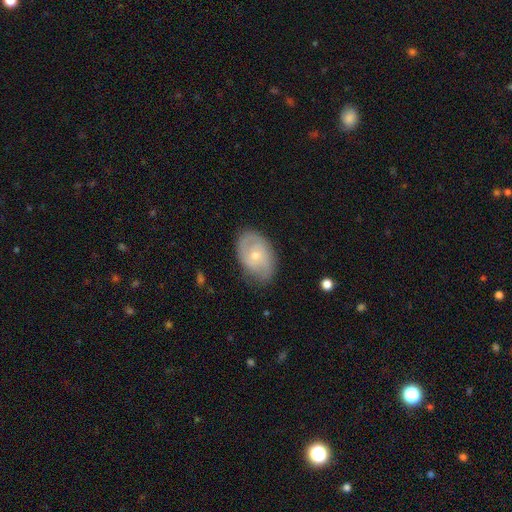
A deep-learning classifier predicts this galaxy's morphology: Smooth or featured? featured or disk (60%)
Edge-on disk? no (95%)
Bar? no (70%)
Spiral arms? yes (79%)
Bulge size? small (56%)
Merging? none (72%)